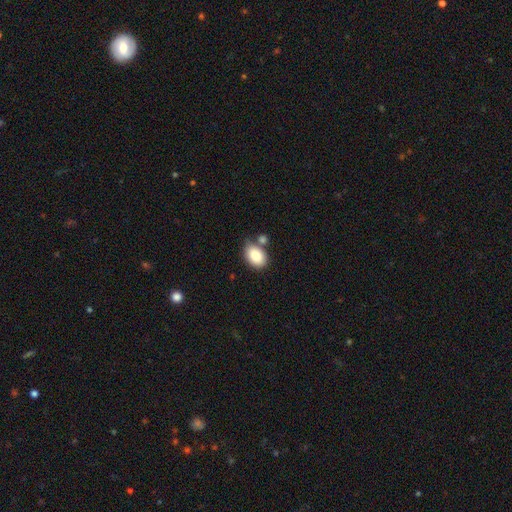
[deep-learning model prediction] The model was most divided on "merging": none: 59%, merger: 20%, minor disturbance: 17%, major disturbance: 4%. More confident: smooth or featured — smooth (83%); how rounded — in between (78%).